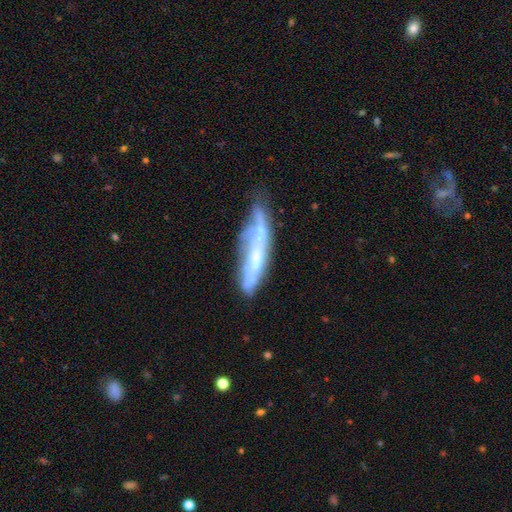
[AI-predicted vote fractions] featured or disk 62%, smooth 30%, star or artifact 8%. Down the decision tree: edge-on disk — no (56%); merging — none (47%).